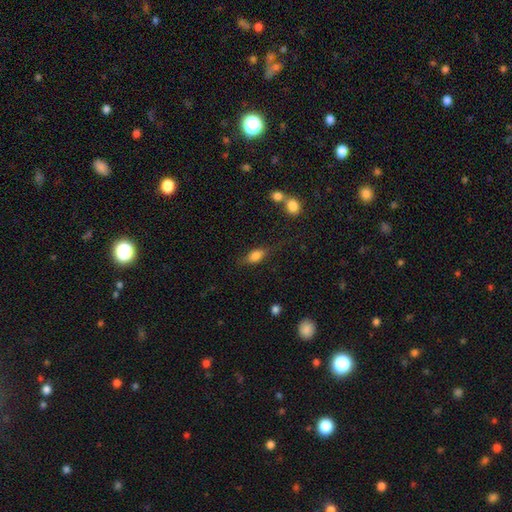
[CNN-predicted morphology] Smooth or featured? smooth (76%)
How rounded? in between (80%)
Merging? none (66%)